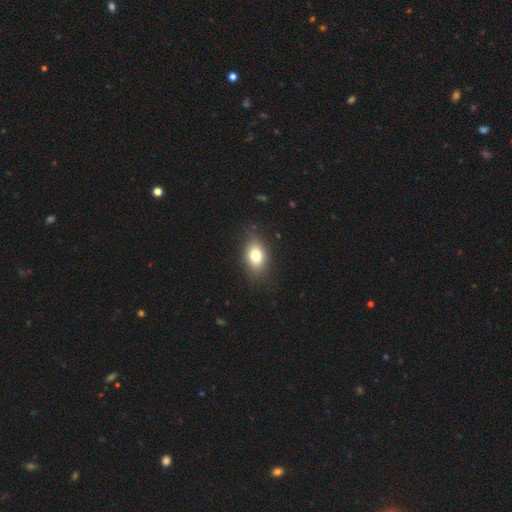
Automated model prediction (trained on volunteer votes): smooth 76%, featured or disk 15%, star or artifact 10%. Down the decision tree: how rounded — in between (79%); merging — none (78%).